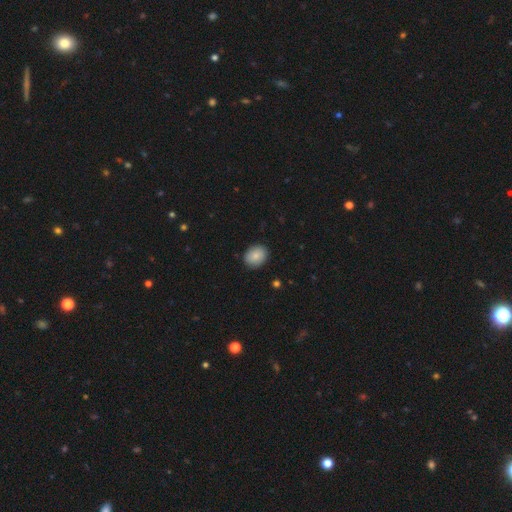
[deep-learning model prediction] Q: Smooth or featured?
A: smooth (84%); runner-up: featured or disk (8%)
Q: How rounded?
A: in between (51%); runner-up: round (48%)
Q: Merging?
A: none (87%); runner-up: minor disturbance (10%)